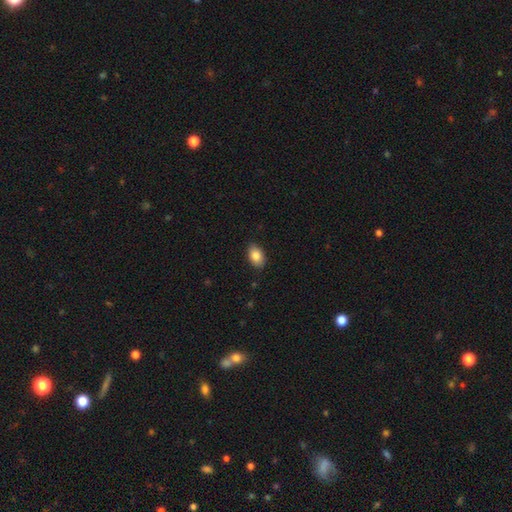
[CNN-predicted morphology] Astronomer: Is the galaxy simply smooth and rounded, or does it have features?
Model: smooth — 84%.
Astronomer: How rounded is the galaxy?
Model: in between — 89%.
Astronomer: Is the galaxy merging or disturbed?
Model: none — 88%.